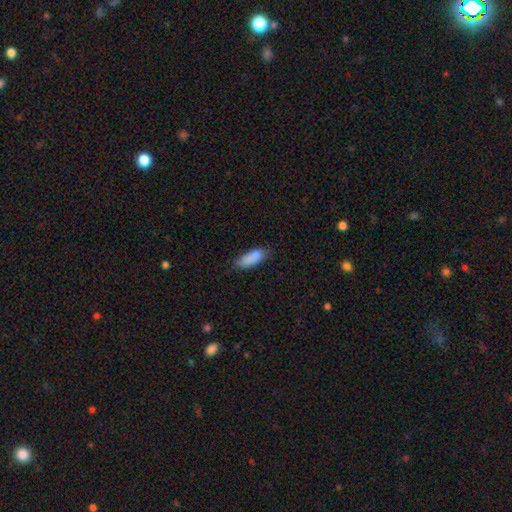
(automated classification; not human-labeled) Overall: smooth (86%). How rounded: in between (68%; cigar-shaped 30%). Merging: none (71%).